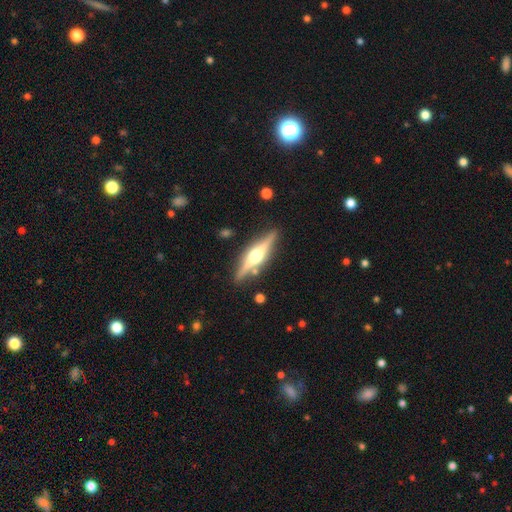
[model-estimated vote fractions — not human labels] This is likely a featured or disk galaxy (78%). It is clearly viewed edge-on (97%). Edge-on bulge: clearly rounded (95%). Merging: clearly none (86%).